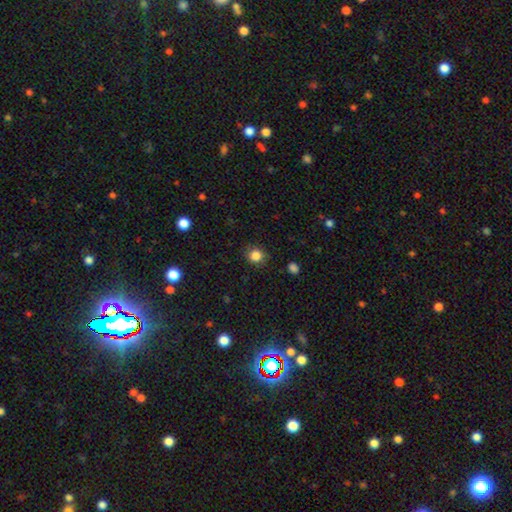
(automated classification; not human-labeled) Smooth or featured?
  - smooth: 84% *
  - star or artifact: 11%
  - featured or disk: 5%
How rounded?
  - round: 79% *
  - in between: 20%
  - cigar-shaped: 1%
Merging?
  - none: 82% *
  - minor disturbance: 14%
  - major disturbance: 3%
  - merger: 1%